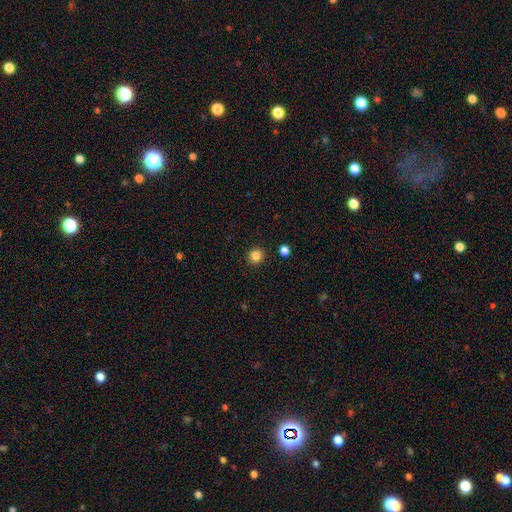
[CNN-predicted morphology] This appears to be a smooth galaxy with no disk features (85%) that is round (92%). Merging: none (92%).